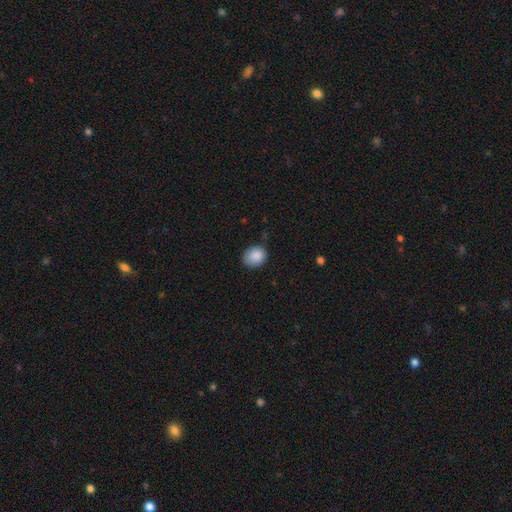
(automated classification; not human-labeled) A smooth galaxy with no disk features (88%) that is round (64%).

Vote fractions:
- Smooth or featured? smooth: 88% / star or artifact: 8% / featured or disk: 4%
- How rounded? round: 64% / in between: 35% / cigar-shaped: 1%
- Merging? none: 76% / minor disturbance: 19% / major disturbance: 3% / merger: 1%